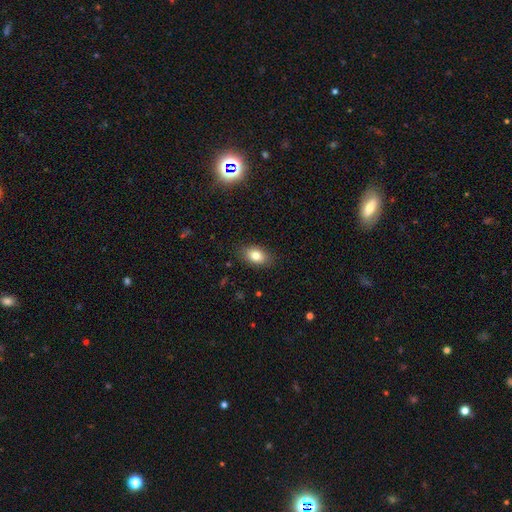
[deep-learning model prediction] A smooth galaxy with no disk features (82%) that is in between round and cigar-shaped (86%). Merging: none (85%).